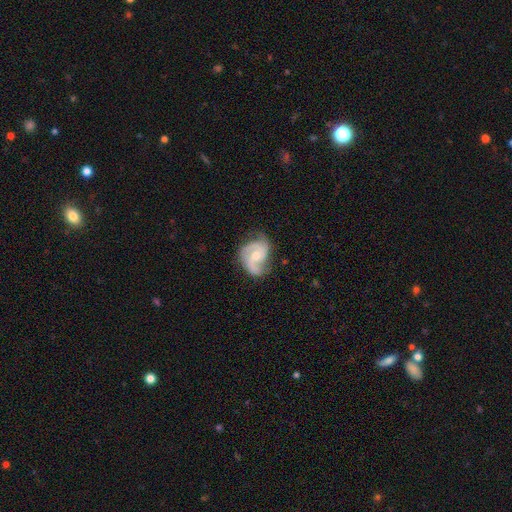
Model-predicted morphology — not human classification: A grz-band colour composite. It shows a featured or disk galaxy (85%) with no bar (59%), 2 (59%) medium (53%) spiral arms (97%) and a moderate central bulge (51%). Merging: none (62%).